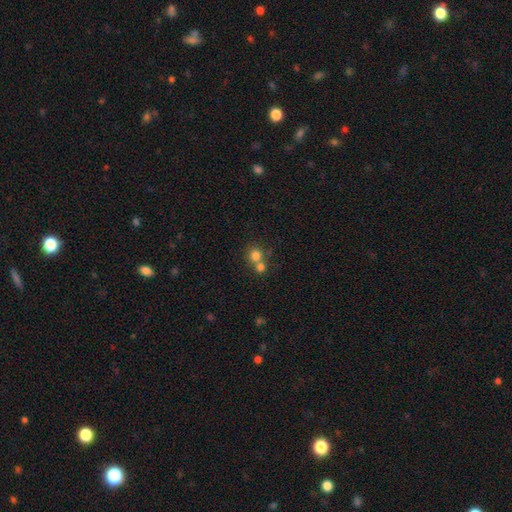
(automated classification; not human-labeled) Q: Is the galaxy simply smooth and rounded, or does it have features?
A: smooth — 77%.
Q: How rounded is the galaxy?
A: round — 86%.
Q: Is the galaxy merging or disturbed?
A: merger — 50%.